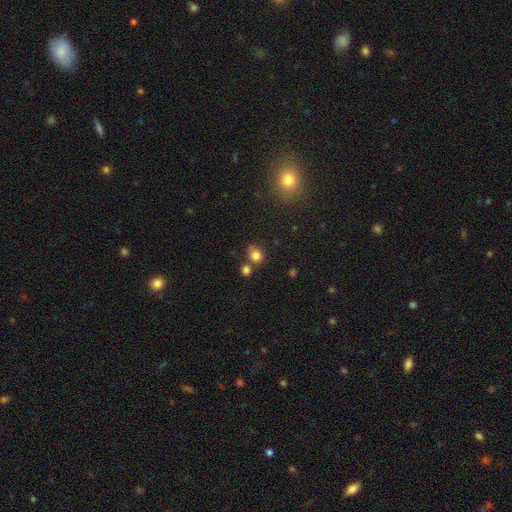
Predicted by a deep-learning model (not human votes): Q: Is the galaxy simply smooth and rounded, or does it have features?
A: smooth — 80%.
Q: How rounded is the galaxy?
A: round — 69%.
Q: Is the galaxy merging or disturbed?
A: none — 62%.